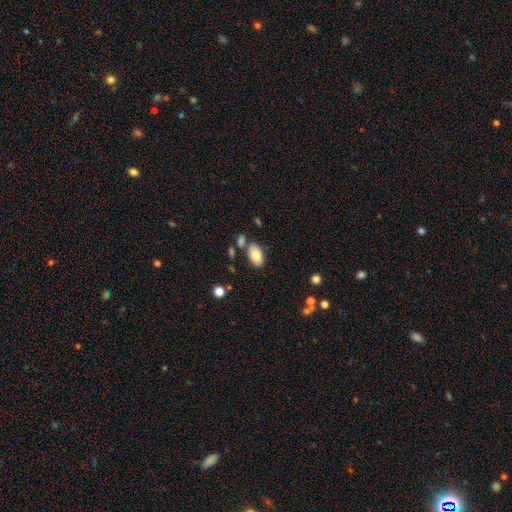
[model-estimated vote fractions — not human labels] Q: Smooth or featured?
A: smooth (79%); runner-up: featured or disk (14%)
Q: How rounded?
A: in between (93%); runner-up: round (5%)
Q: Merging?
A: none (71%); runner-up: minor disturbance (14%)